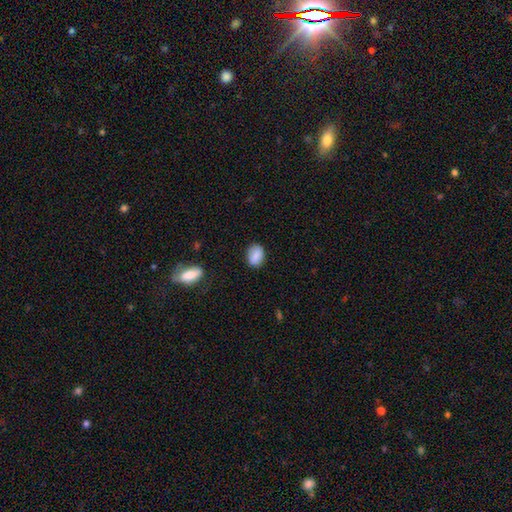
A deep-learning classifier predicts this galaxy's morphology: Q: Smooth or featured?
A: smooth (85%); runner-up: star or artifact (8%)
Q: How rounded?
A: in between (76%); runner-up: round (22%)
Q: Merging?
A: none (81%); runner-up: minor disturbance (14%)